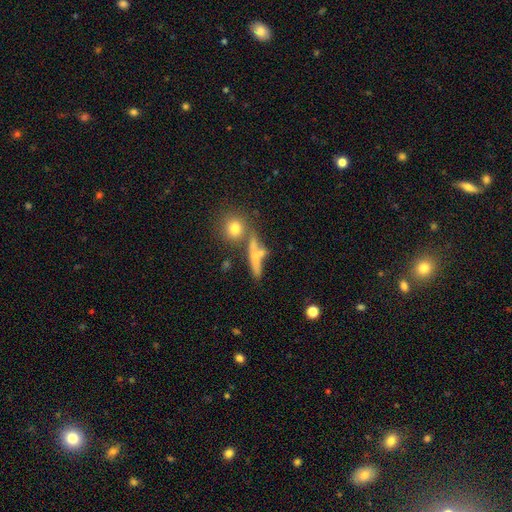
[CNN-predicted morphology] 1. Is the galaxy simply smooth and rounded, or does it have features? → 54% smooth, 34% featured or disk, 12% star or artifact.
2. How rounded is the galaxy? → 67% cigar-shaped, 21% in between, 12% round.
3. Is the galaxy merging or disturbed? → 56% none, 22% merger, 14% minor disturbance, 7% major disturbance.